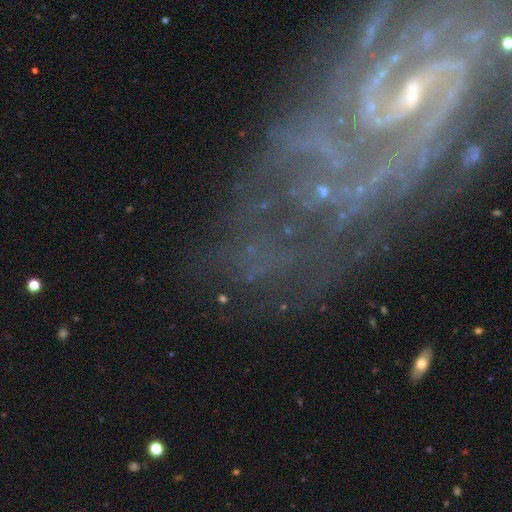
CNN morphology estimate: This is possibly a featured or disk galaxy (56%). It is clearly not viewed edge-on (94%). Bar: likely no (71%). Spiral arm pattern: possibly yes (54%). Central bulge: marginally small (41%). Merging: possibly none (57%).